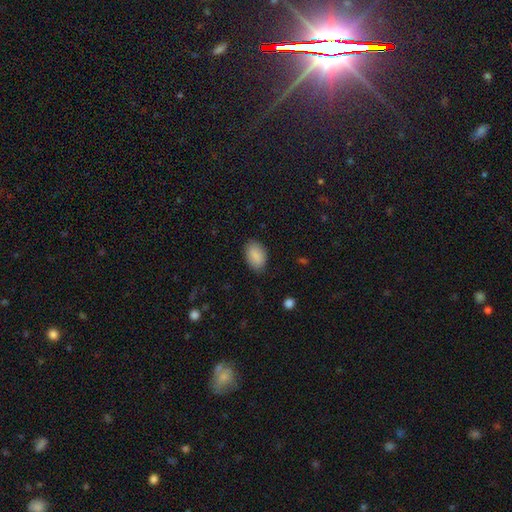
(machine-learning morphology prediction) A smooth galaxy with no disk features (89%) that is in between round and cigar-shaped (90%).

Vote fractions:
- Smooth or featured? smooth: 89% / star or artifact: 7% / featured or disk: 4%
- How rounded? in between: 90% / round: 9% / cigar-shaped: 1%
- Merging? none: 81% / minor disturbance: 15% / major disturbance: 3% / merger: 1%